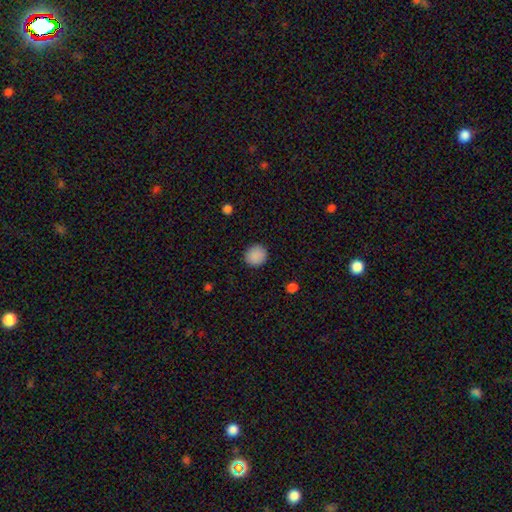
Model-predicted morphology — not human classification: Overall: smooth (89%). How rounded: round (89%). Merging: none (91%).